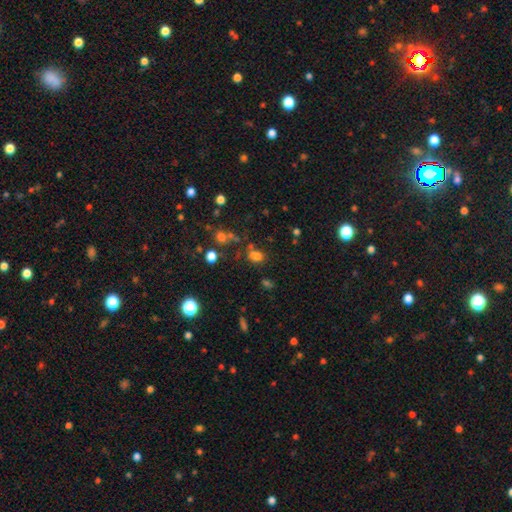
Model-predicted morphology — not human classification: smooth-or-featured: smooth: 72% | star or artifact: 21% | featured or disk: 7%
  how-rounded: in between: 67% | round: 31% | cigar-shaped: 2%
  merging: none: 64% | minor disturbance: 16% | merger: 12% | major disturbance: 7%